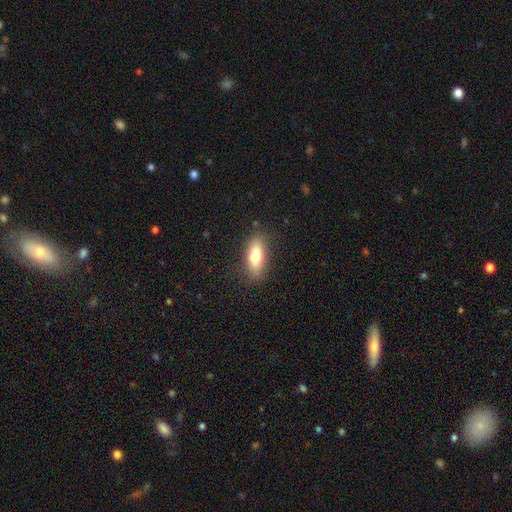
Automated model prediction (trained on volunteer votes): Morphology: type=smooth (76%); roundness=in between (74%); merging=none (84%).